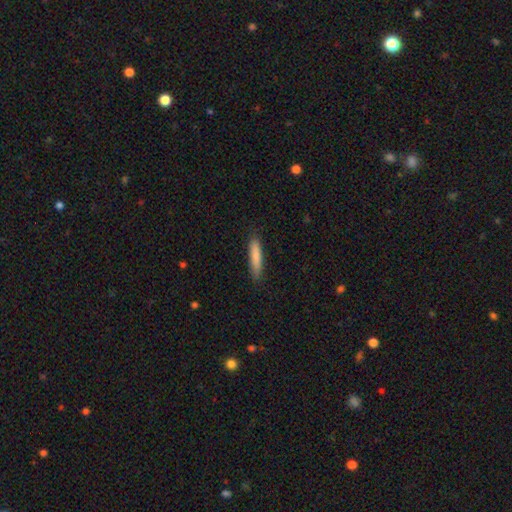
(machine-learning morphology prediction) A smooth galaxy with no disk features (83%) that is cigar-shaped (84%). Merging: none (85%).